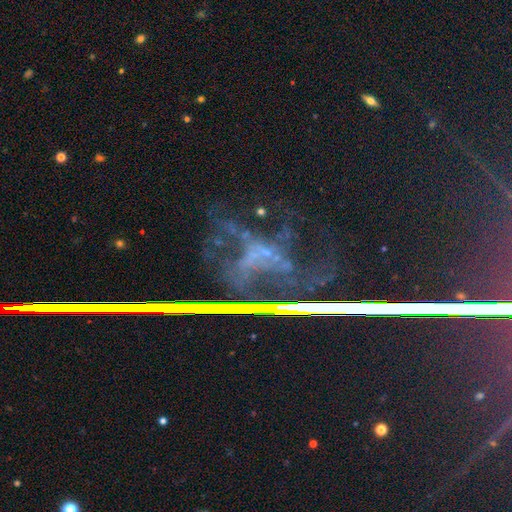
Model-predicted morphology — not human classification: Smooth or featured? star or artifact (56%)